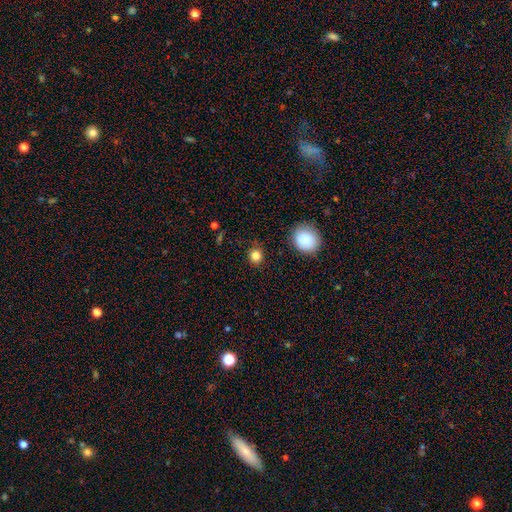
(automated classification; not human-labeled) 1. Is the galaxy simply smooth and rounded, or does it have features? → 83% smooth, 12% star or artifact, 5% featured or disk.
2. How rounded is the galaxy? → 82% round, 16% in between, 1% cigar-shaped.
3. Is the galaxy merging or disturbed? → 84% none, 11% minor disturbance, 3% major disturbance, 2% merger.